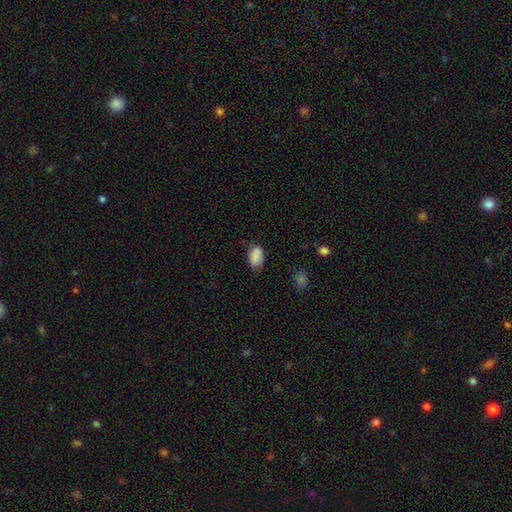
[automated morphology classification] smooth 86%, star or artifact 8%, featured or disk 6%. Down the decision tree: how rounded — in between (91%); merging — none (73%).